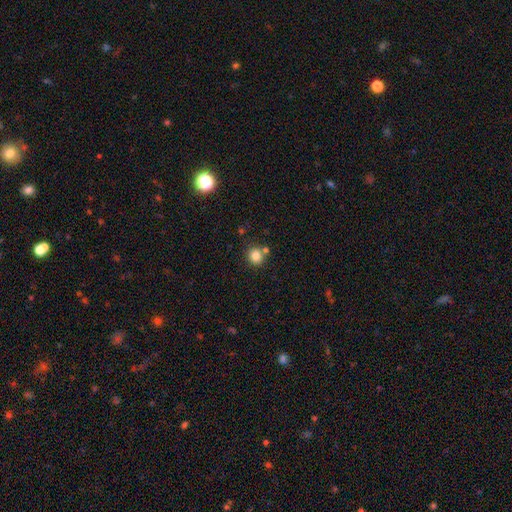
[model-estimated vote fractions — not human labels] smooth_or_featured: smooth (p=0.83) [alt: star or artifact p=0.11]
how_rounded: round (p=0.85) [alt: in between p=0.14]
merging: none (p=0.74) [alt: merger p=0.13]